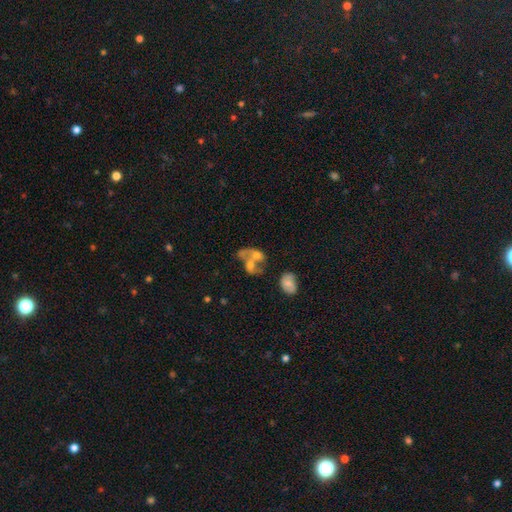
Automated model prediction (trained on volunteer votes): The model was most divided on "smooth or featured": featured or disk: 46%, smooth: 41%, star or artifact: 12%. More confident: merging — merger (66%).